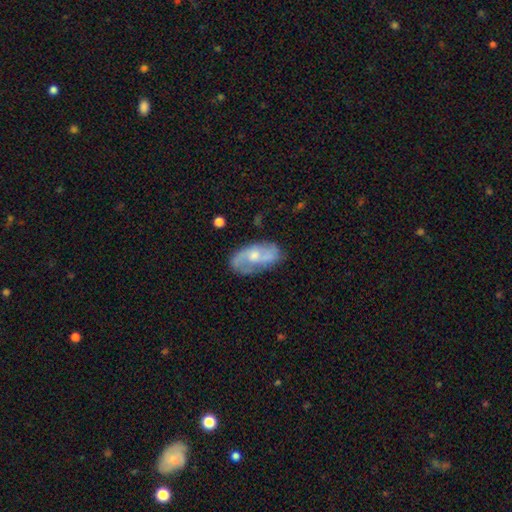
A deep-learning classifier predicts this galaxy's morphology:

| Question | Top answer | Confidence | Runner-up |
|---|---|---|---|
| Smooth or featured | featured or disk | 71% | smooth (23%) |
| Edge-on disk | no | 94% | yes (6%) |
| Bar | no | 60% | weak (33%) |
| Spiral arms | yes | 86% | no (14%) |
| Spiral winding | medium | 41% | tied: loose (41%) |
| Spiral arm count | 2 | 81% | can't tell (11%) |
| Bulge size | moderate | 57% | small (35%) |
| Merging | none | 71% | minor disturbance (20%) |